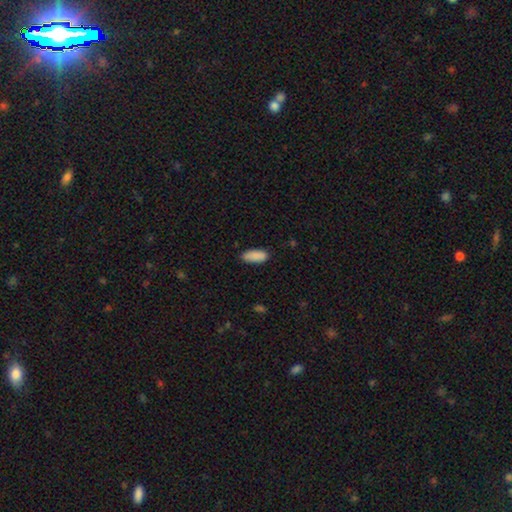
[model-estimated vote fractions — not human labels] Smooth or featured? Predicted: smooth (p=0.89). How rounded? Predicted: in between (p=0.85). Merging? Predicted: none (p=0.82).